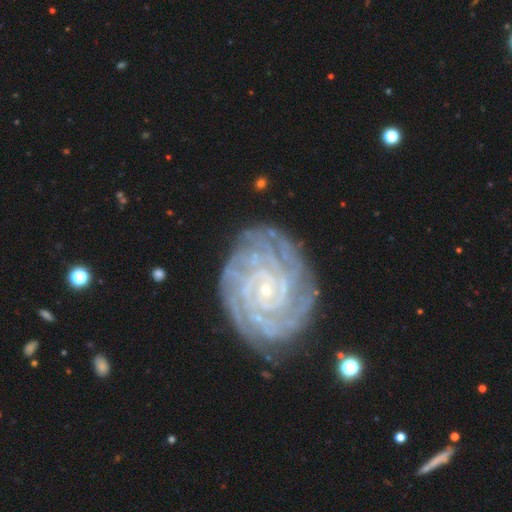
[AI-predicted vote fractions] This is clearly a featured or disk galaxy (90%). It is clearly not viewed edge-on (97%). Bar: likely no (73%). Spiral arm pattern: clearly yes (98%). Spiral arm count: marginally can't tell (23%). Spiral winding: clearly tight (86%). Central bulge: clearly small (87%). Merging: likely none (78%).